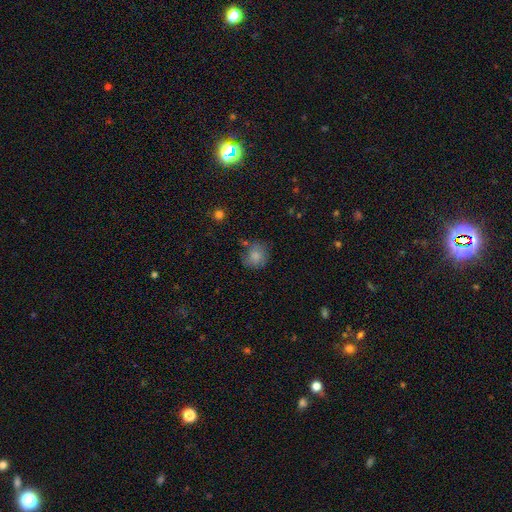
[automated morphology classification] smooth 81%, star or artifact 10%, featured or disk 9%. Down the decision tree: how rounded — round (79%); merging — none (65%).